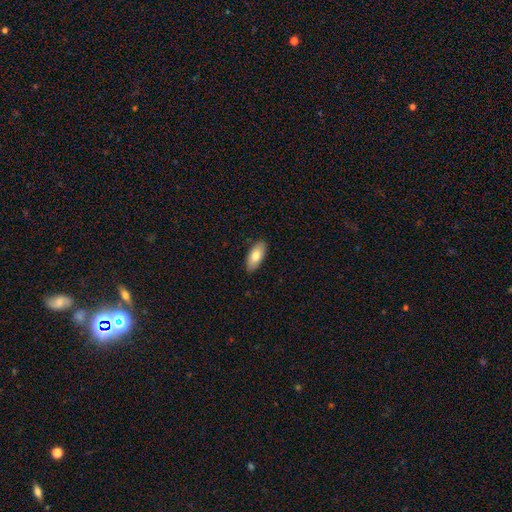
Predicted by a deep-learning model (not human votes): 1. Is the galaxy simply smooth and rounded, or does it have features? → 77% smooth, 17% featured or disk, 6% star or artifact.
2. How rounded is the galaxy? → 89% in between, 8% cigar-shaped, 2% round.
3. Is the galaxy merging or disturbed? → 88% none, 9% minor disturbance, 2% major disturbance, 1% merger.